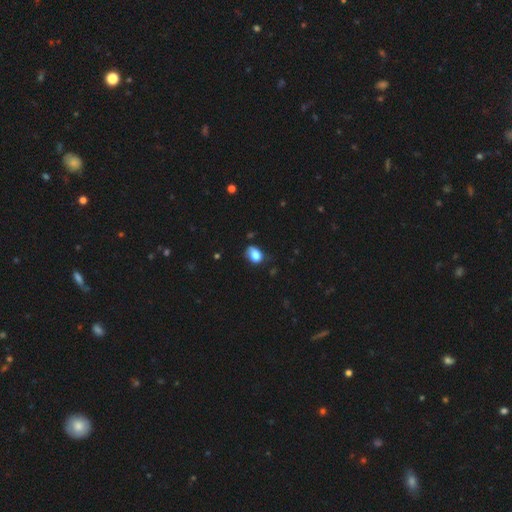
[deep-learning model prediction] Smooth or featured? smooth (81%)
How rounded? in between (73%)
Merging? none (52%)